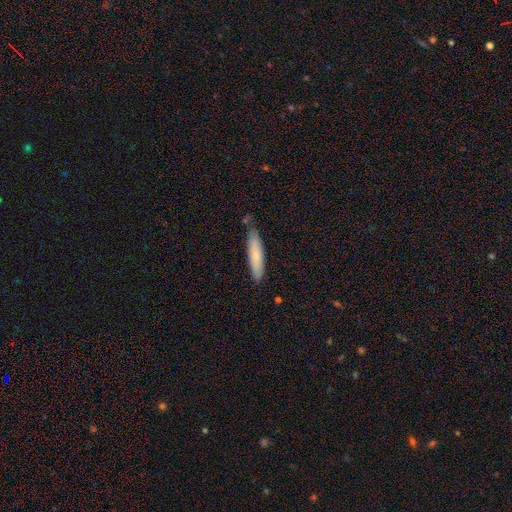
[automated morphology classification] The model was most divided on "smooth or featured": smooth: 73%, featured or disk: 21%, star or artifact: 6%. More confident: how rounded — cigar-shaped (84%); merging — none (77%).